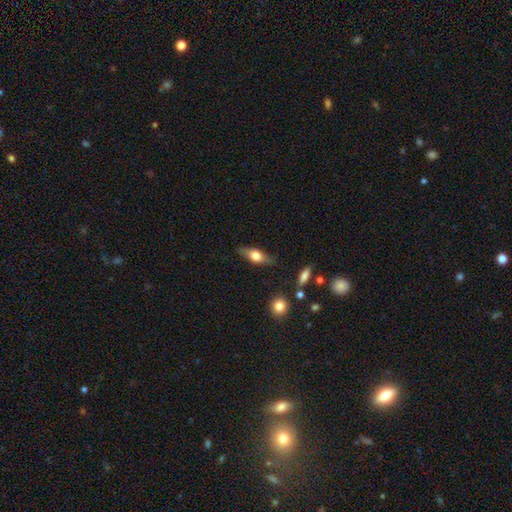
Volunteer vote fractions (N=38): Smooth or featured?
  - featured or disk: 53% *
  - smooth: 42%
  - star or artifact: 5%
Edge-on disk?
  - yes: 90% *
  - no: 10%
Edge-on bulge?
  - rounded: 89% *
  - boxy: 6%
  - none: 6%
Merging?
  - none: 78% *
  - minor disturbance: 14%
  - major disturbance: 6%
  - merger: 3%